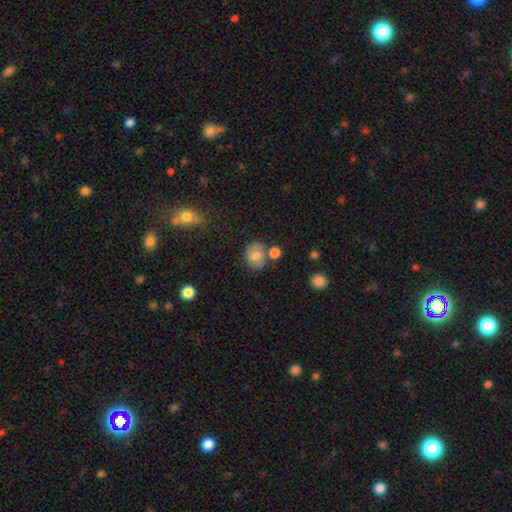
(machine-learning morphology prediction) The model was most divided on "how rounded": round: 64%, in between: 35%, cigar-shaped: 1%. More confident: merging — none (66%); smooth or featured — smooth (61%).